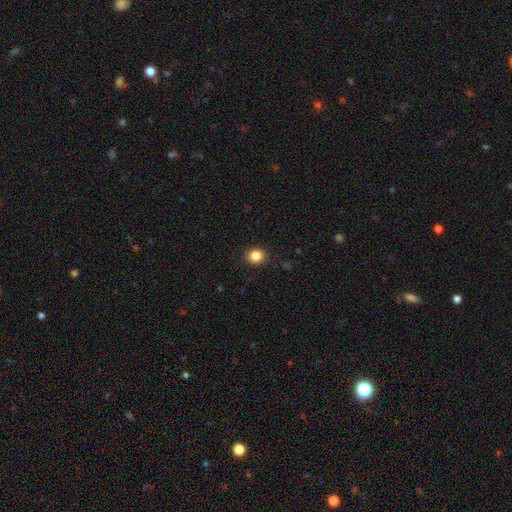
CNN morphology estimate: Smooth or featured? smooth (85%)
How rounded? round (82%)
Merging? none (91%)